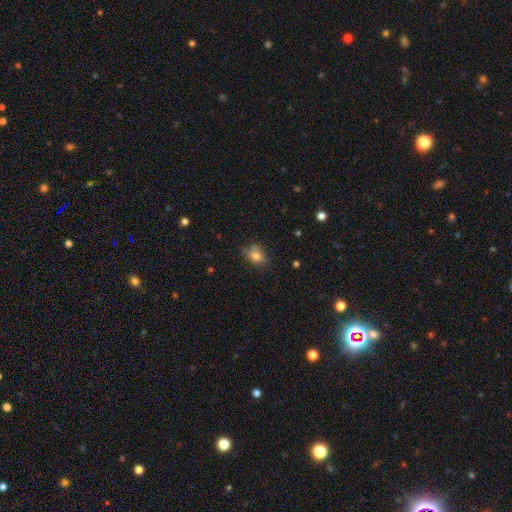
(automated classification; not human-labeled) Morphology: type=smooth (74%); roundness=in between (72%); merging=none (62%).